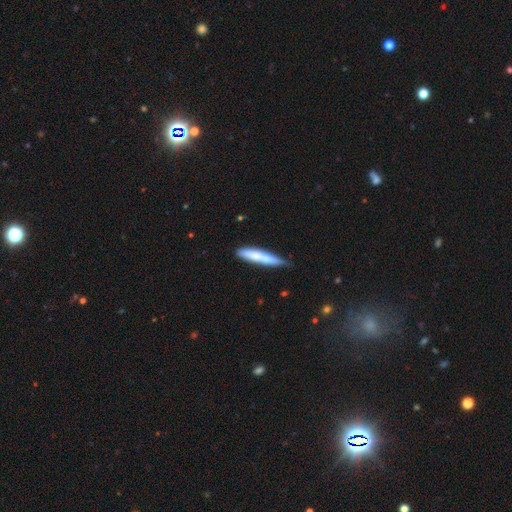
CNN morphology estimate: A smooth galaxy with no disk features (62%) that is cigar-shaped (89%).

Vote fractions:
- Smooth or featured? smooth: 62% / featured or disk: 32% / star or artifact: 6%
- How rounded? cigar-shaped: 89% / in between: 10% / round: 1%
- Merging? none: 63% / minor disturbance: 22% / merger: 10% / major disturbance: 4%